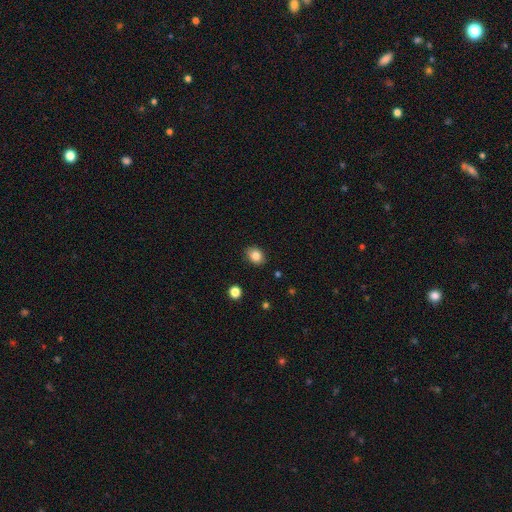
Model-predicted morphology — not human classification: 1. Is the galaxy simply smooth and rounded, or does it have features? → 84% smooth, 10% star or artifact, 6% featured or disk.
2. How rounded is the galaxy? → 55% in between, 44% round, 1% cigar-shaped.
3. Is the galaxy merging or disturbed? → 85% none, 12% minor disturbance, 2% major disturbance, 1% merger.